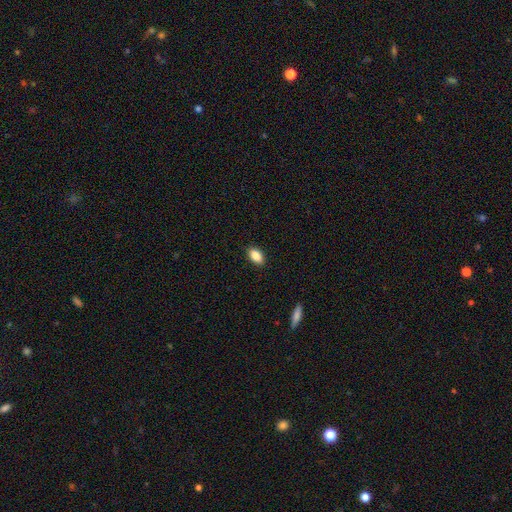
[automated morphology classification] This is clearly a smooth galaxy (88%). How rounded: clearly in between (91%). Merging: clearly none (89%).